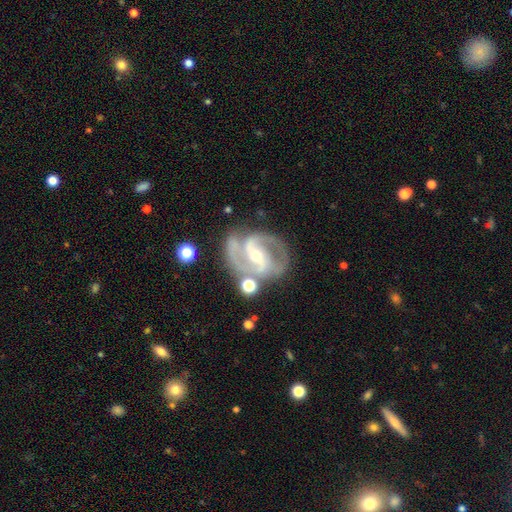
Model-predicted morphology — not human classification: The model was most divided on "bulge size": small: 56%, moderate: 41%, large: 1%, none: 1%, dominant: 1%. Remaining: spiral arms — yes (98%); edge-on disk — no (97%); smooth or featured — featured or disk (90%); spiral arm count — 2 (79%); merging — none (70%); spiral winding — medium (58%); bar — strong (49%).